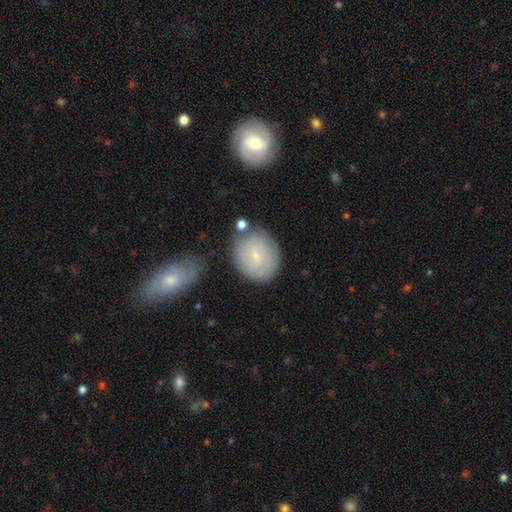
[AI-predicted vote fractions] Smooth or featured? Predicted: smooth (p=0.68). How rounded? Predicted: round (p=0.68). Merging? Predicted: none (p=0.72).